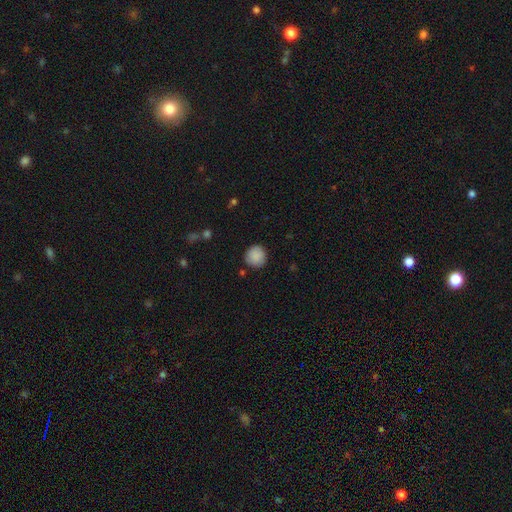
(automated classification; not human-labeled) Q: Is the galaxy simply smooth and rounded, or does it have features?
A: smooth — 89%.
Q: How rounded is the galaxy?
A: round — 93%.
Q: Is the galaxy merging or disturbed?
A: none — 86%.